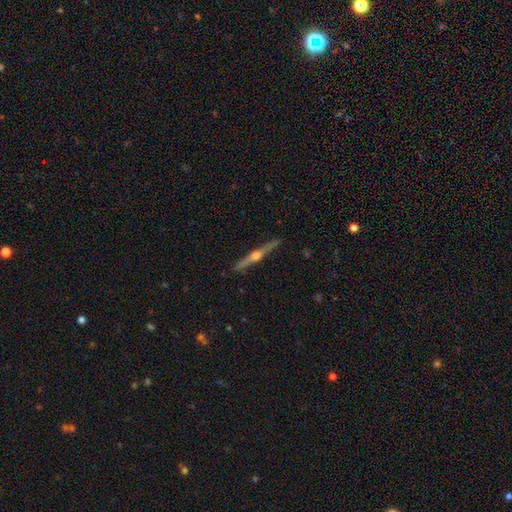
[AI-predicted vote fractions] Smooth or featured? featured or disk (82%)
Edge-on disk? yes (98%)
Edge-on bulge? rounded (94%)
Merging? none (92%)